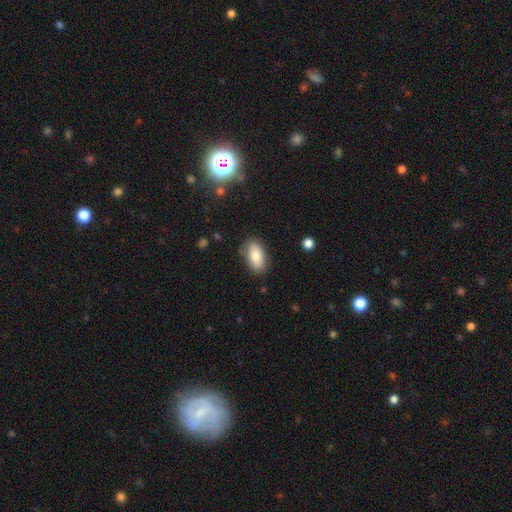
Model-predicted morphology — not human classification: Overall: smooth (80%). How rounded: in between (92%). Merging: none (82%).